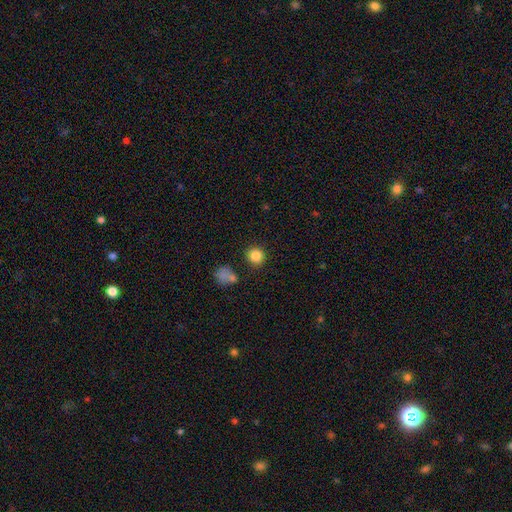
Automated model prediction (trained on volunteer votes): Overall: smooth (85%). How rounded: round (90%). Merging: none (85%).